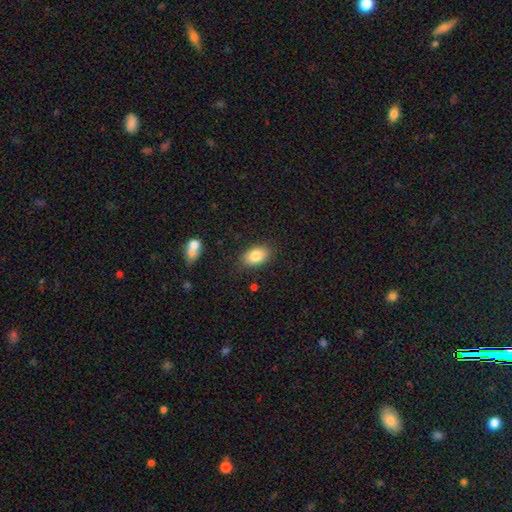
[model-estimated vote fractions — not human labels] Q: Smooth or featured?
A: smooth (83%); runner-up: featured or disk (10%)
Q: How rounded?
A: in between (88%); runner-up: round (10%)
Q: Merging?
A: none (83%); runner-up: minor disturbance (12%)